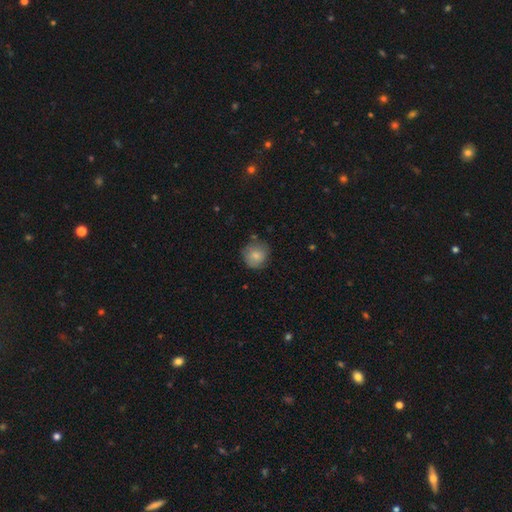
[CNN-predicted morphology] Overall: smooth (77%). How rounded: round (89%). Merging: none (72%).